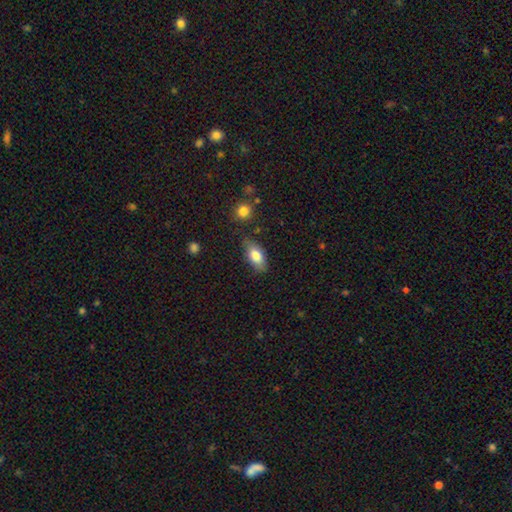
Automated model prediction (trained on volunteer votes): A smooth galaxy with no disk features (79%) that is in between round and cigar-shaped (87%). Merging: none (75%).